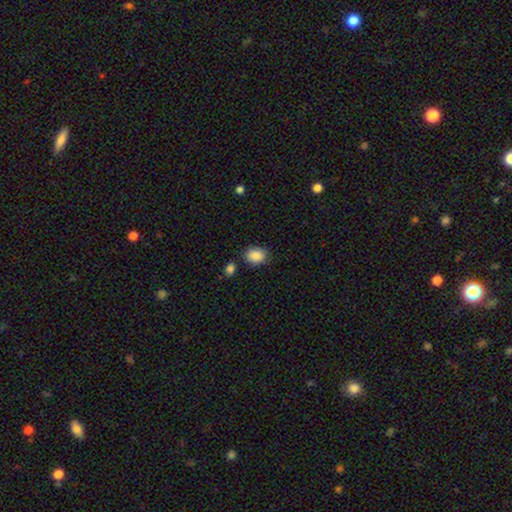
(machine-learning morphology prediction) Smooth or featured? smooth (88%)
How rounded? in between (61%)
Merging? none (78%)